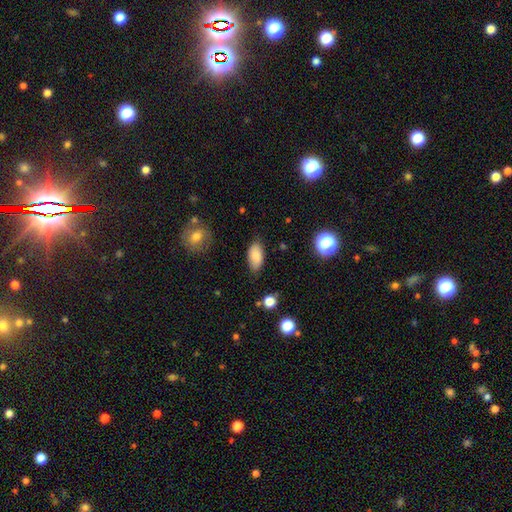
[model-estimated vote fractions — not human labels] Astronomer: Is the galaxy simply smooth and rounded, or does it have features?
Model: smooth — 84%.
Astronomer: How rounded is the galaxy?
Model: in between — 93%.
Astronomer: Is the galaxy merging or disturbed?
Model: none — 82%.